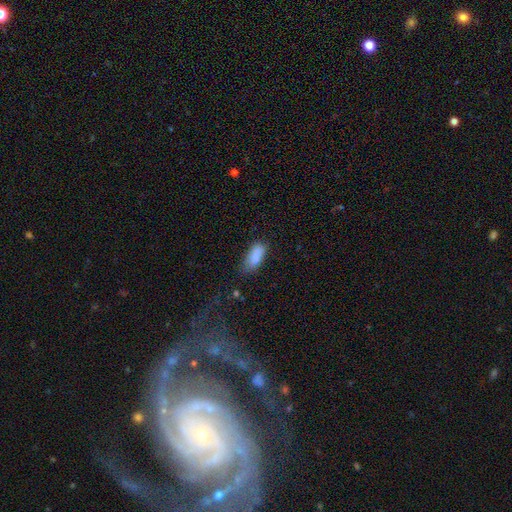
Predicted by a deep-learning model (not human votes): This is clearly a smooth galaxy (84%). How rounded: clearly in between (82%). Merging: possibly none (55%).